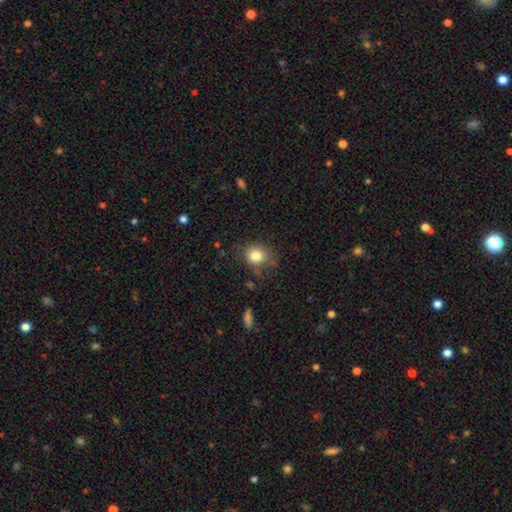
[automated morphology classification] This is clearly a smooth galaxy (81%). How rounded: likely round (72%). Merging: likely none (71%).